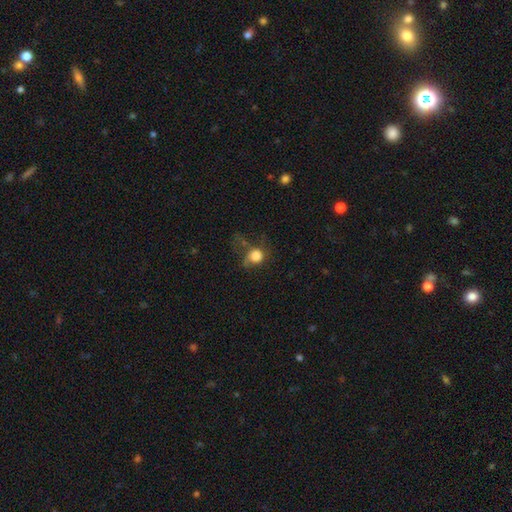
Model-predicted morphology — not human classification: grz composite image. It shows a smooth galaxy with no disk features (74%) that is round (74%). Merging: major disturbance (40%).